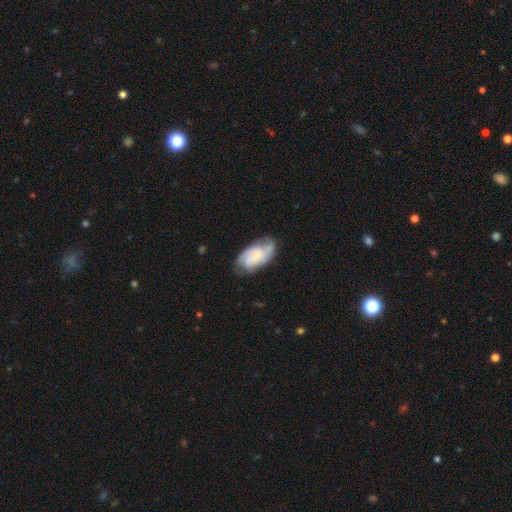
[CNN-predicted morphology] This is likely a featured or disk galaxy (69%). It is clearly not viewed edge-on (96%). Bar: likely no (61%). Spiral arm pattern: clearly yes (92%). Spiral arm count: marginally 2 (40%). Spiral winding: marginally medium (44%). Central bulge: marginally none (36%). Merging: likely none (64%).